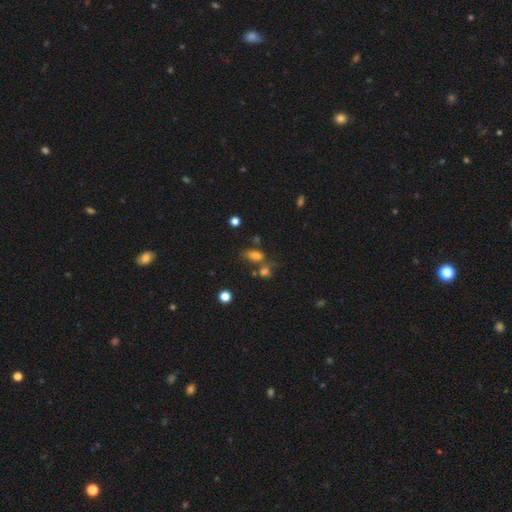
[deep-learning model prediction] Smooth or featured? Predicted: smooth (p=0.74). How rounded? Predicted: in between (p=0.82). Merging? Predicted: none (p=0.47).